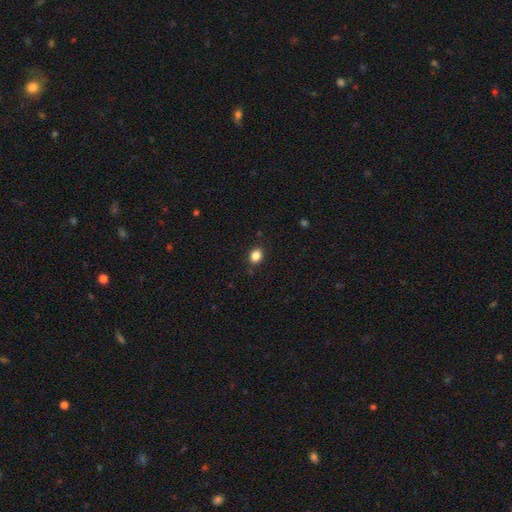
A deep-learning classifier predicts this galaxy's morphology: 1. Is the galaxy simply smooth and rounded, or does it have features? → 85% smooth, 11% star or artifact, 4% featured or disk.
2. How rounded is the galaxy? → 50% in between, 49% round, 1% cigar-shaped.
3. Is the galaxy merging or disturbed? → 88% none, 9% minor disturbance, 2% major disturbance, 1% merger.